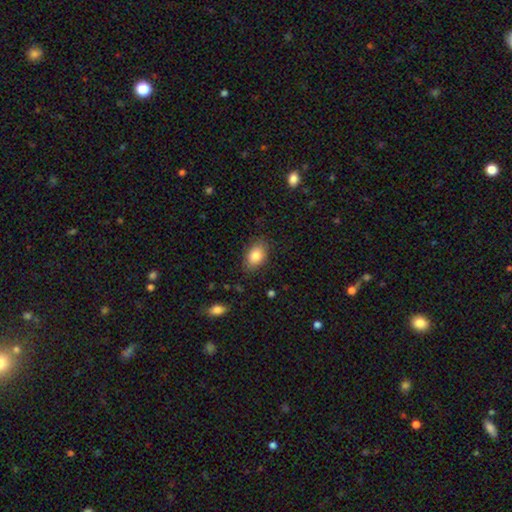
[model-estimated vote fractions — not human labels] Smooth or featured?
  - smooth: 83% *
  - featured or disk: 9%
  - star or artifact: 8%
How rounded?
  - in between: 86% *
  - round: 12%
  - cigar-shaped: 1%
Merging?
  - none: 84% *
  - minor disturbance: 12%
  - major disturbance: 3%
  - merger: 1%